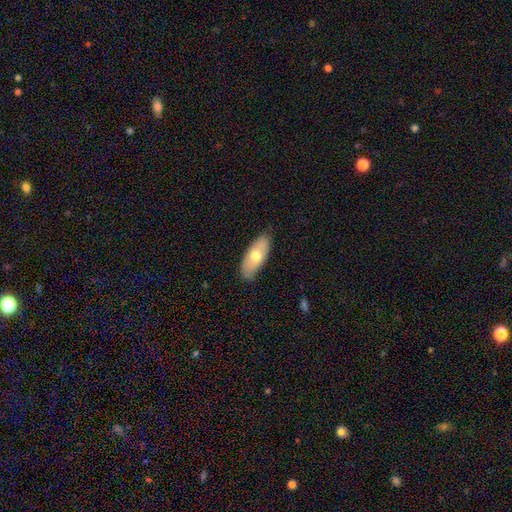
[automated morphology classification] type=smooth (64%); roundness=in between (84%); merging=none (79%).